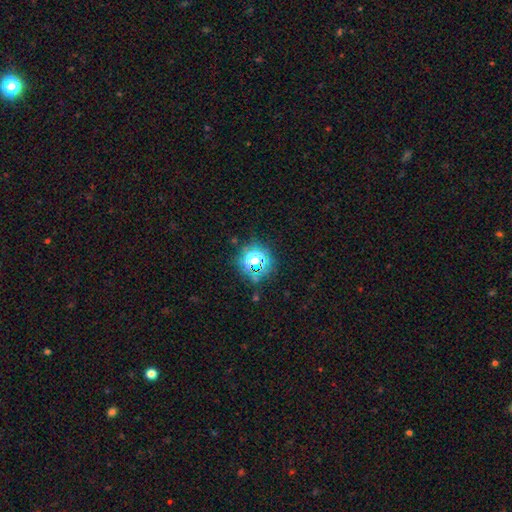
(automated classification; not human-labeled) This is likely a star or artifact rather than a galaxy (66%).